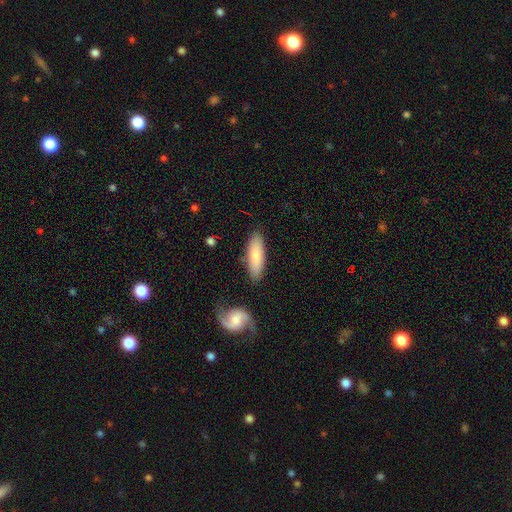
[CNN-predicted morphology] This appears to be a smooth galaxy with no disk features (75%) that is in between round and cigar-shaped (56%). Merging: none (81%).